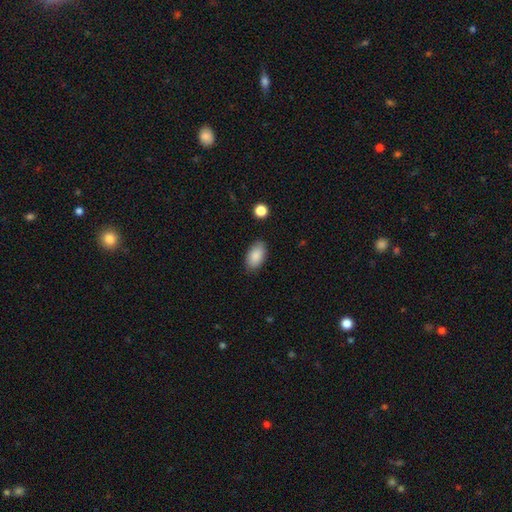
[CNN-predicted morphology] The model was most divided on "merging": none: 84%, minor disturbance: 11%, major disturbance: 3%, merger: 1%. More confident: how rounded — in between (94%); smooth or featured — smooth (87%).